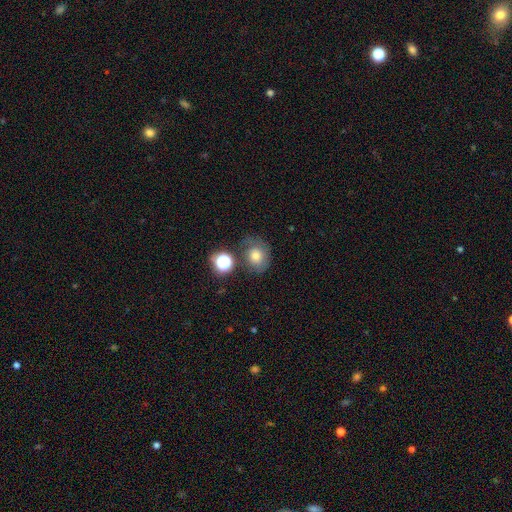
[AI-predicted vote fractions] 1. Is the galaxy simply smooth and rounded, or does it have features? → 69% smooth, 18% featured or disk, 13% star or artifact.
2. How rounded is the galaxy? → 58% round, 41% in between, 1% cigar-shaped.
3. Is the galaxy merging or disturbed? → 55% none, 24% minor disturbance, 11% major disturbance, 10% merger.